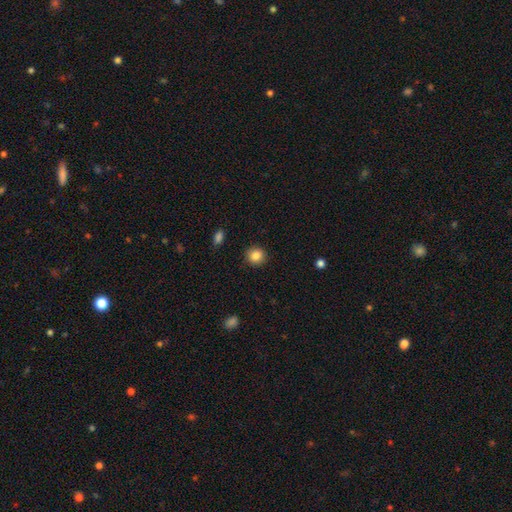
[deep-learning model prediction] This appears to be a smooth galaxy with no disk features (85%) that is round (90%). Merging: none (91%).